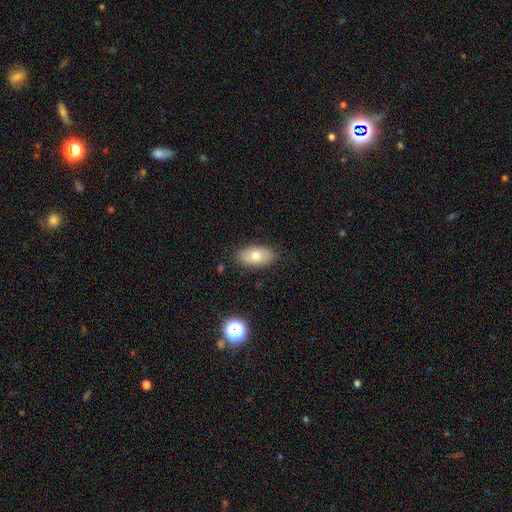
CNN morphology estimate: This appears to be a smooth galaxy with no disk features (72%) that is in between round and cigar-shaped (92%). Merging: none (85%).